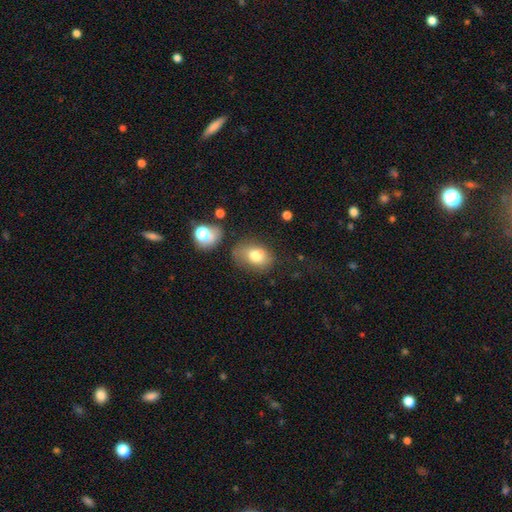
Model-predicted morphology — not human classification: This appears to be a smooth galaxy with no disk features (76%) that is in between round and cigar-shaped (73%). Merging: none (54%).